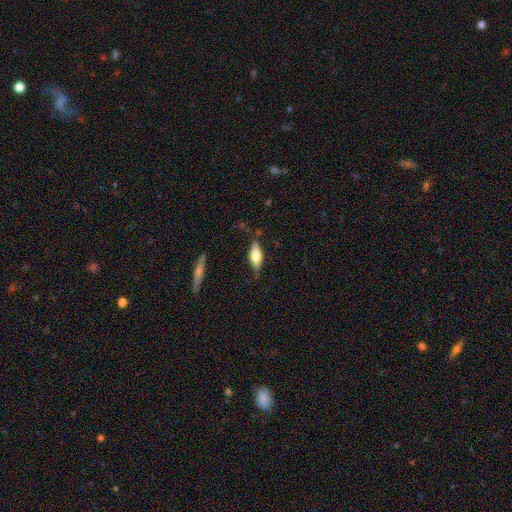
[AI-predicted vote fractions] Morphology: type=smooth (55%); roundness=in between (65%); merging=none (78%).